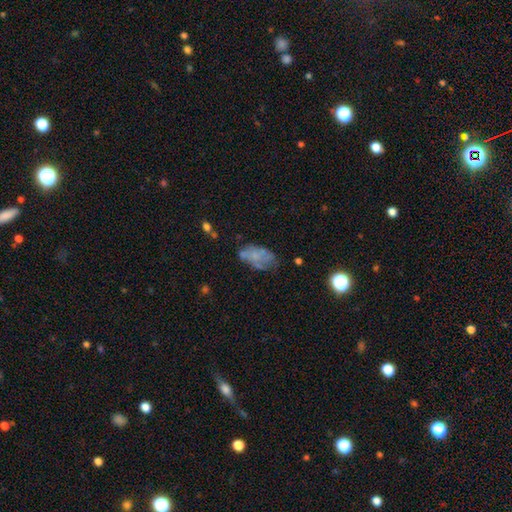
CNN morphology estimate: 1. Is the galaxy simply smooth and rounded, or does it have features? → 48% smooth, 40% featured or disk, 13% star or artifact.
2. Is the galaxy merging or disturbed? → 47% none, 27% minor disturbance, 18% major disturbance, 9% merger.